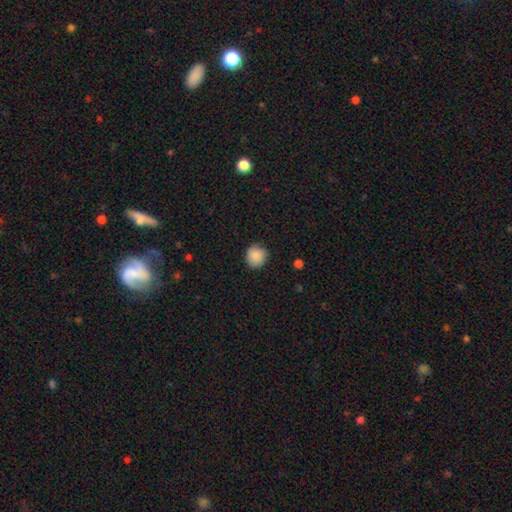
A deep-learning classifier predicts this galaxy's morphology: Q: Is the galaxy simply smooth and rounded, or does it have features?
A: smooth — 87%.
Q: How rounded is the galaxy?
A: round — 89%.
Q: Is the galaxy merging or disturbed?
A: none — 84%.